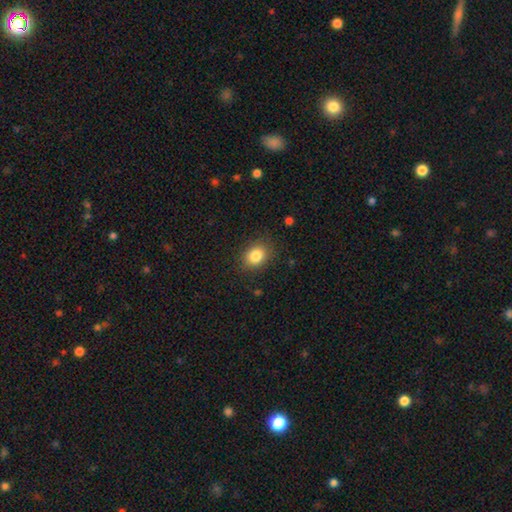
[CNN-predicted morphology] smooth 84%, star or artifact 10%, featured or disk 6%. Down the decision tree: how rounded — in between (56%); merging — none (84%).